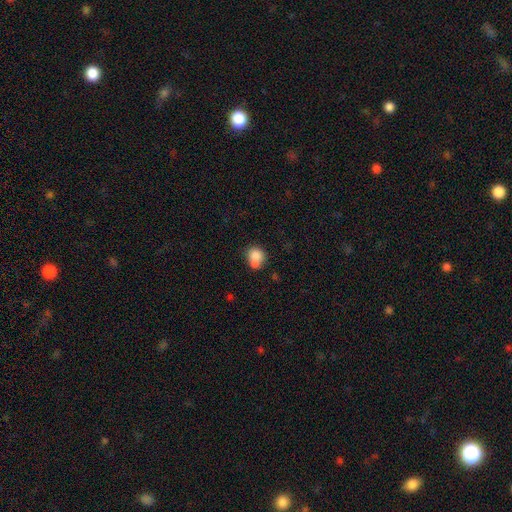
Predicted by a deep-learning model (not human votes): Morphology: type=smooth (79%); roundness=round (69%); merging=merger (43%).